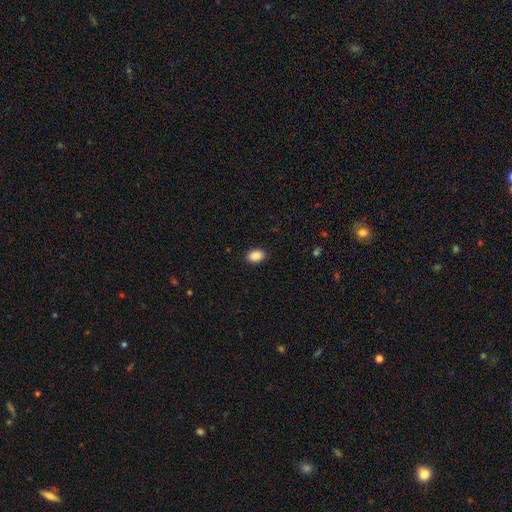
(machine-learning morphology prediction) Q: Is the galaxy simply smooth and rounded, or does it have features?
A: smooth — 89%.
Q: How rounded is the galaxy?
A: in between — 76%.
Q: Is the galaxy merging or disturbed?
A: none — 89%.